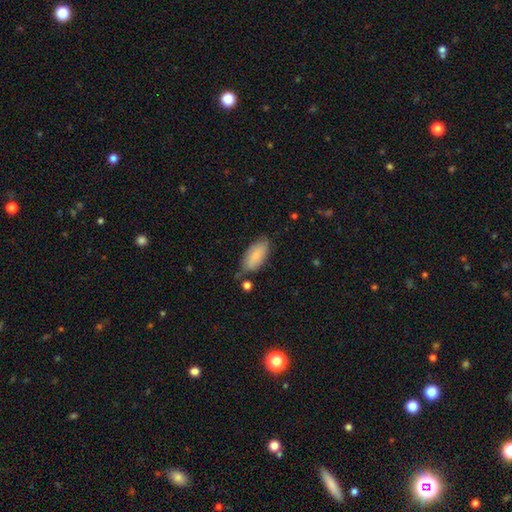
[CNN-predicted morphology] Smooth or featured? smooth (80%)
How rounded? in between (88%)
Merging? none (66%)